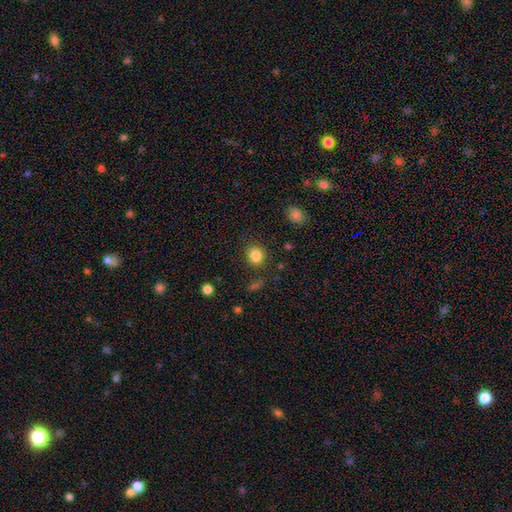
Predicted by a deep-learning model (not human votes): Overall: smooth (84%). How rounded: round (75%). Merging: none (85%).